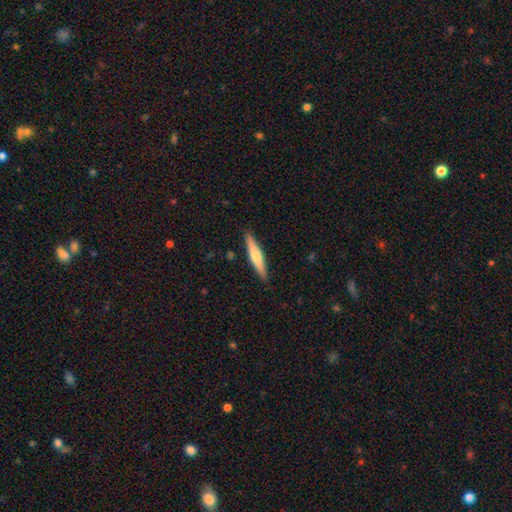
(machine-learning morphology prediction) Overall: smooth (50%; featured or disk 44%). How rounded: cigar-shaped (89%). Merging: none (90%).